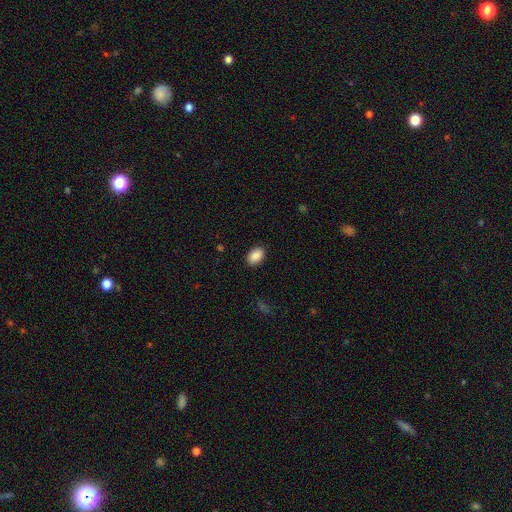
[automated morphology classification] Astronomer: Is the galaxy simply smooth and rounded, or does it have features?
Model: smooth — 89%.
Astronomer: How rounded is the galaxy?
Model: in between — 88%.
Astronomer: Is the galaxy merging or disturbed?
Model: none — 88%.